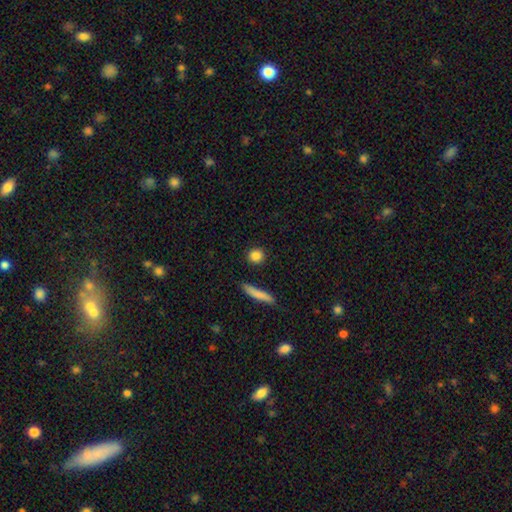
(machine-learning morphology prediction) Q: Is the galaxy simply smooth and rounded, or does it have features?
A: smooth — 86%.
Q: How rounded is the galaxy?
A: round — 87%.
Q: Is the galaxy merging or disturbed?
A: none — 89%.